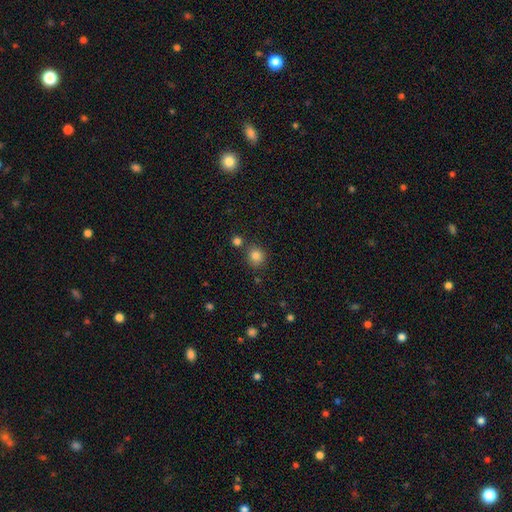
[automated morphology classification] Smooth or featured?
  - smooth: 82% *
  - star or artifact: 12%
  - featured or disk: 6%
How rounded?
  - round: 87% *
  - in between: 12%
  - cigar-shaped: 1%
Merging?
  - none: 77% *
  - minor disturbance: 10%
  - merger: 10%
  - major disturbance: 3%